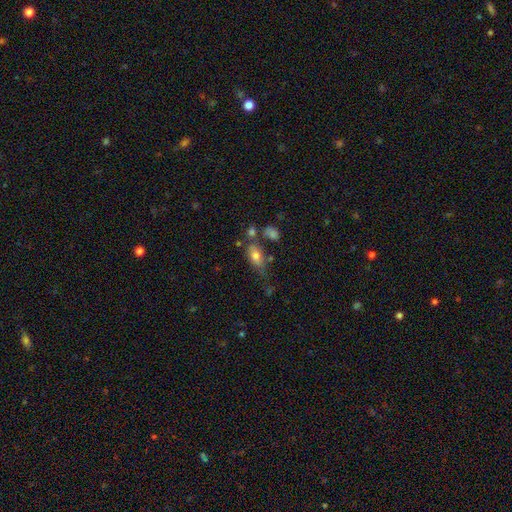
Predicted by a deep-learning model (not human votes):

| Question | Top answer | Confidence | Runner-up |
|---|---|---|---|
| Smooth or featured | smooth | 71% | featured or disk (19%) |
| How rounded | in between | 83% | cigar-shaped (11%) |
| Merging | none | 51% | minor disturbance (22%) |